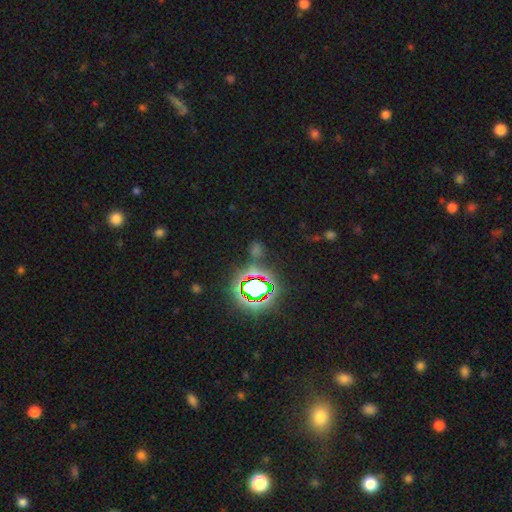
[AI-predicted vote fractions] Q: Smooth or featured?
A: star or artifact (73%); runner-up: smooth (19%)